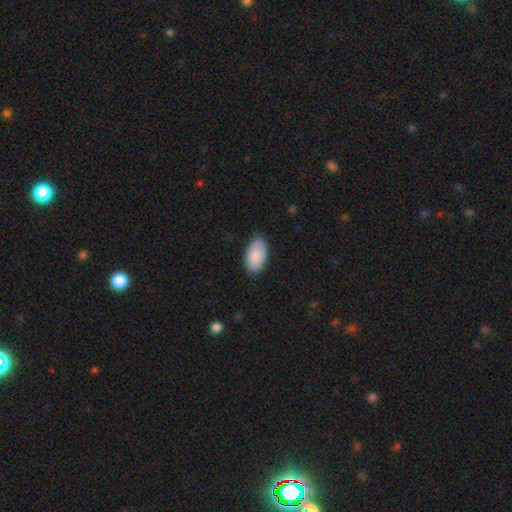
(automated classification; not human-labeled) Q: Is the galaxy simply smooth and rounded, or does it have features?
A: smooth — 89%.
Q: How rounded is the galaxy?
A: in between — 96%.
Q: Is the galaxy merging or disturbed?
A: none — 84%.